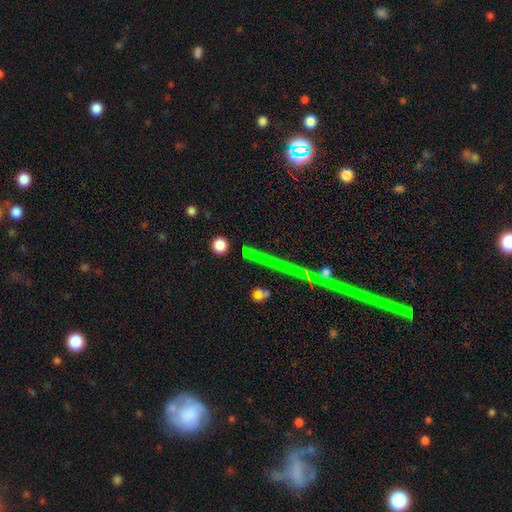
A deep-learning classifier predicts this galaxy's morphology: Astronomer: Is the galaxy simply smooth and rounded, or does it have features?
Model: star or artifact — 49% (runner-up: smooth, 37%).